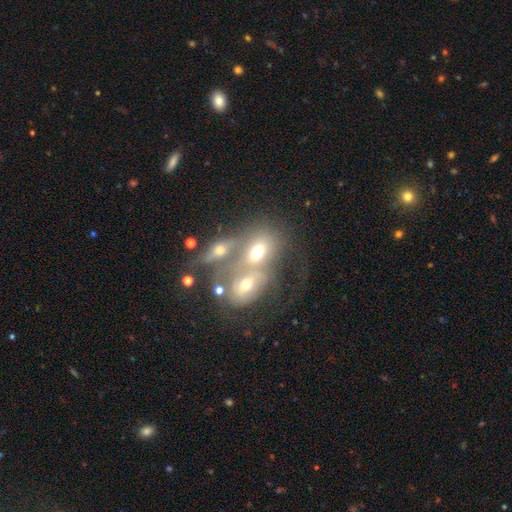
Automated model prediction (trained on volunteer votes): This appears to be a smooth galaxy with no disk features (44%). Merging: merger (73%).